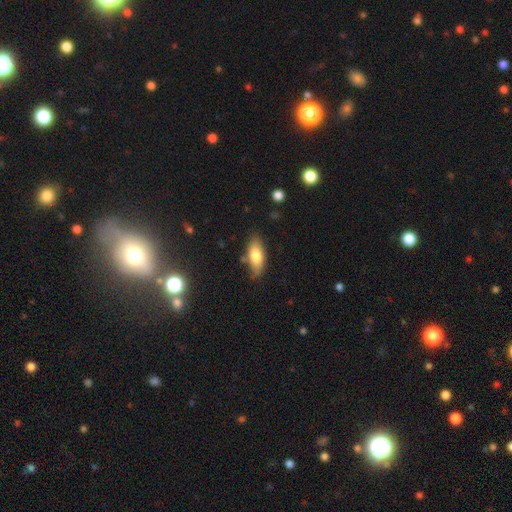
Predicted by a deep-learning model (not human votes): This appears to be a smooth galaxy with no disk features (76%) that is in between round and cigar-shaped (83%). Merging: none (75%).